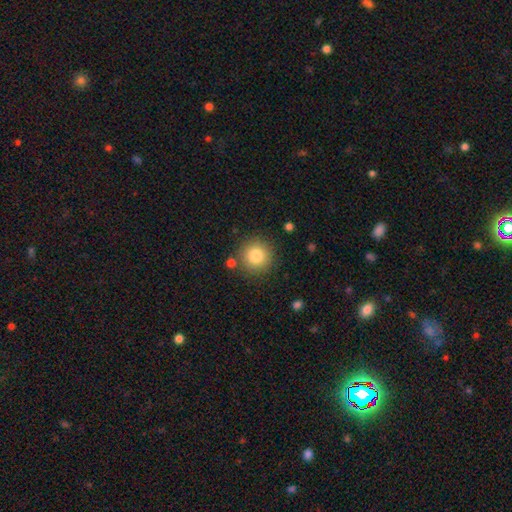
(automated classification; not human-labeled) A smooth galaxy with no disk features (82%) that is round (95%). Merging: none (85%).